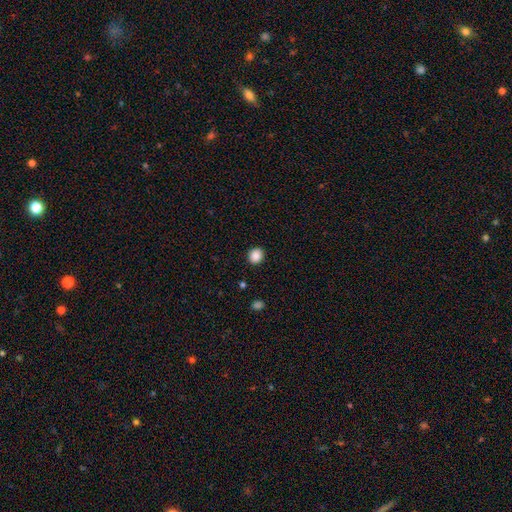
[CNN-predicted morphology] A smooth galaxy with no disk features (88%) that is round (80%).

Vote fractions:
- Smooth or featured? smooth: 88% / star or artifact: 9% / featured or disk: 3%
- How rounded? round: 80% / in between: 19% / cigar-shaped: 1%
- Merging? none: 91% / minor disturbance: 6% / major disturbance: 2% / merger: 1%